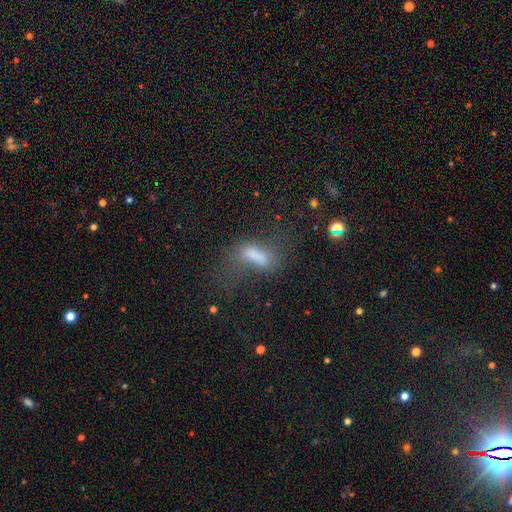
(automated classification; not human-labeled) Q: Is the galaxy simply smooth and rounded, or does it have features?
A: smooth — 62%.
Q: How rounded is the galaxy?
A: in between — 69%.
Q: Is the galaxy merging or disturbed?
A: major disturbance — 44%.